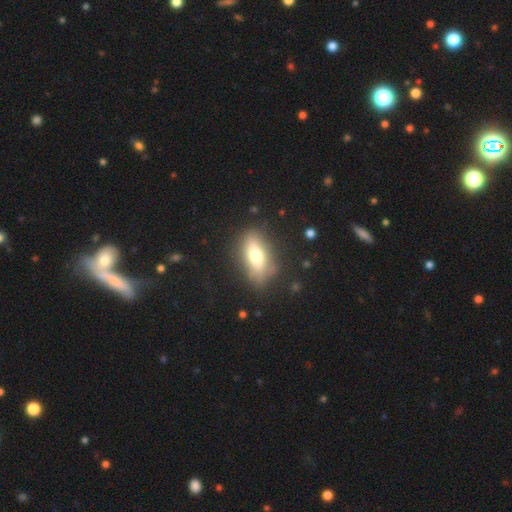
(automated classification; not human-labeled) The model was most divided on "smooth or featured": smooth: 66%, featured or disk: 26%, star or artifact: 8%. More confident: merging — none (77%); how rounded — in between (75%).